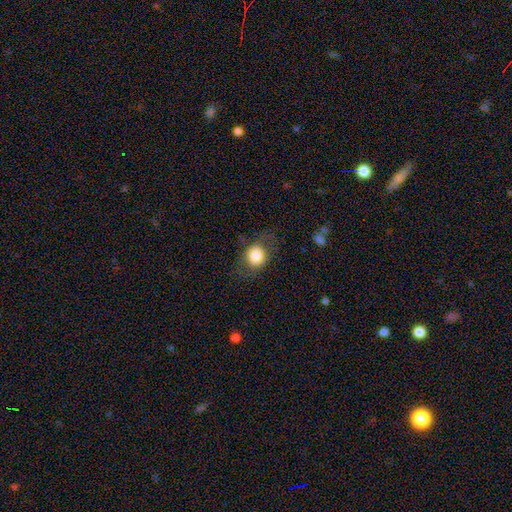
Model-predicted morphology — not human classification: Smooth or featured? Predicted: smooth (p=0.80). How rounded? Predicted: round (p=0.70). Merging? Predicted: none (p=0.71).